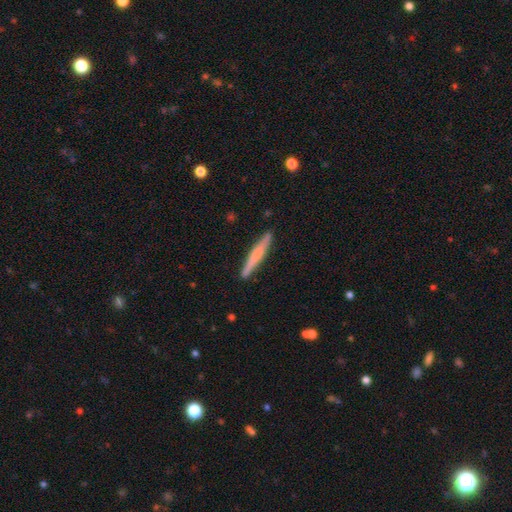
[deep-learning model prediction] A smooth galaxy with no disk features (57%) that is cigar-shaped (95%). Merging: none (89%).